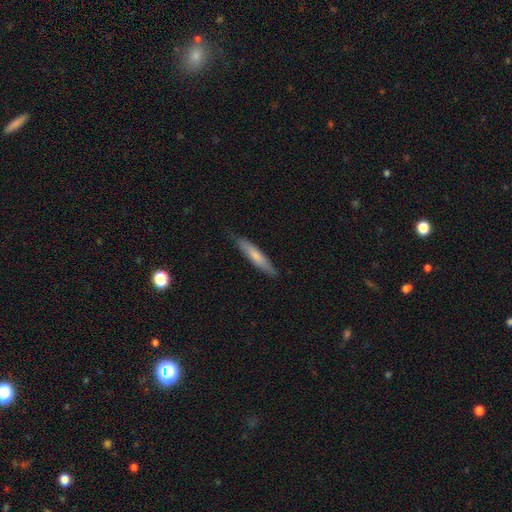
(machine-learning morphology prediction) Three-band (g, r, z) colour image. It shows a smooth galaxy with no disk features (67%) that is cigar-shaped (90%). Merging: none (84%).